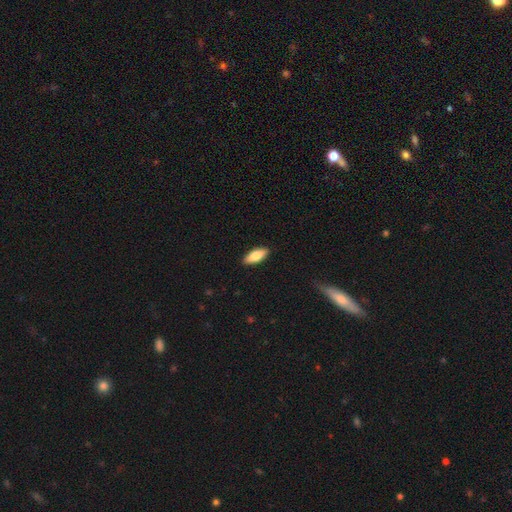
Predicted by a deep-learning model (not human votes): smooth 77%, featured or disk 17%, star or artifact 6%. Down the decision tree: how rounded — in between (75%); merging — none (90%).